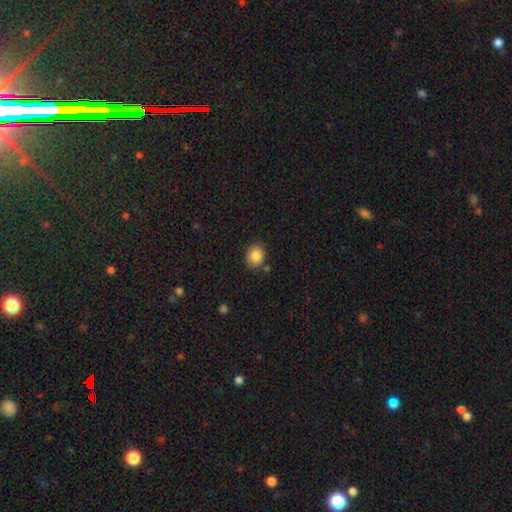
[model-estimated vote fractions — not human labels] smooth_or_featured: smooth (p=0.86) [alt: star or artifact p=0.09]
how_rounded: round (p=0.60) [alt: in between p=0.39]
merging: none (p=0.80) [alt: minor disturbance p=0.13]